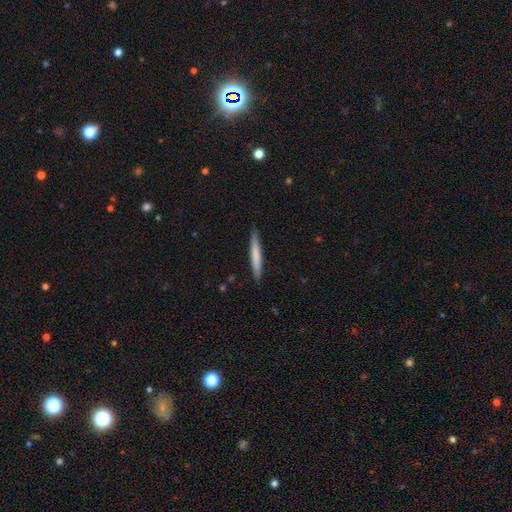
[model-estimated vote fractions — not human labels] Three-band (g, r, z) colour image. It shows a smooth galaxy with no disk features (71%) that is cigar-shaped (96%). Merging: none (89%).